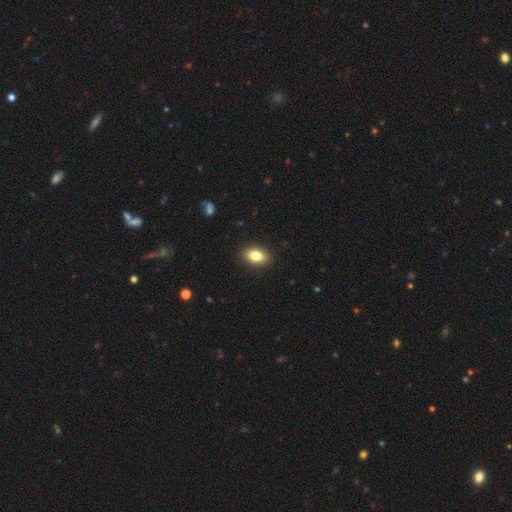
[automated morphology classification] This appears to be a smooth galaxy with no disk features (82%) that is in between round and cigar-shaped (83%). Merging: none (90%).